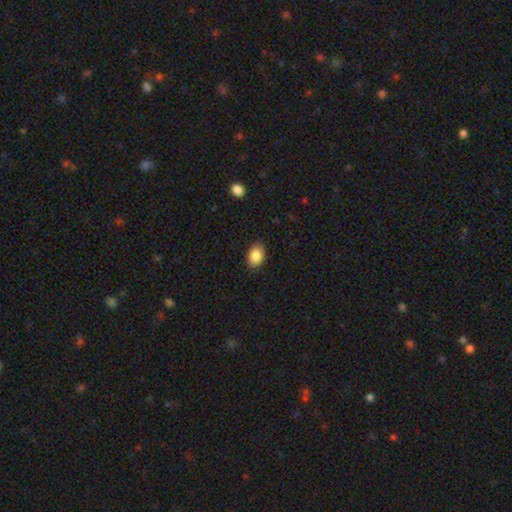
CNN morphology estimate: This appears to be a smooth galaxy with no disk features (88%) that is in between round and cigar-shaped (81%). Merging: none (86%).